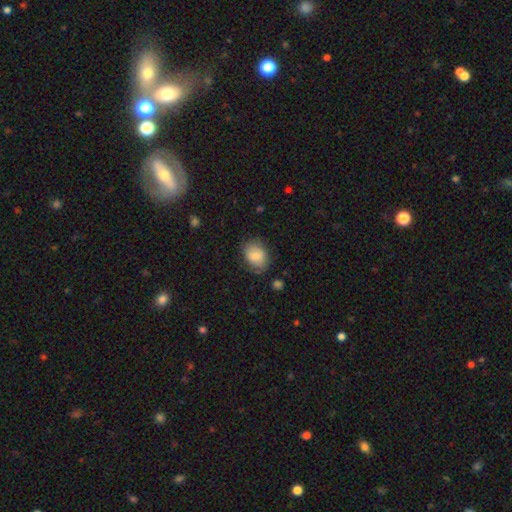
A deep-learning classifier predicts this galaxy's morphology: Overall: smooth (77%). How rounded: in between (66%; round 33%). Merging: none (73%).